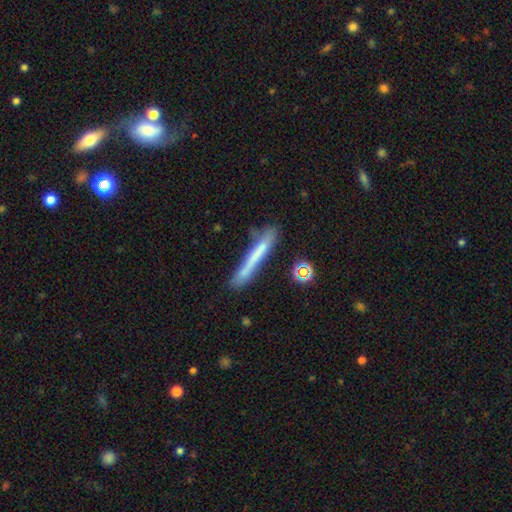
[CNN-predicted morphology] Overall: smooth (57%; featured or disk 35%). How rounded: cigar-shaped (95%). Merging: none (67%).